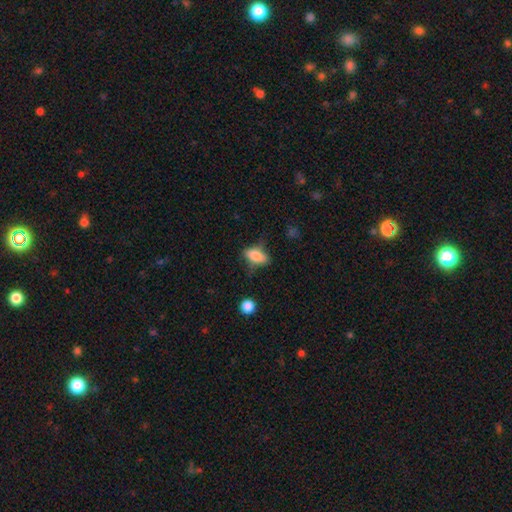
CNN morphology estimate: type=smooth (75%); roundness=in between (84%); merging=none (59%).